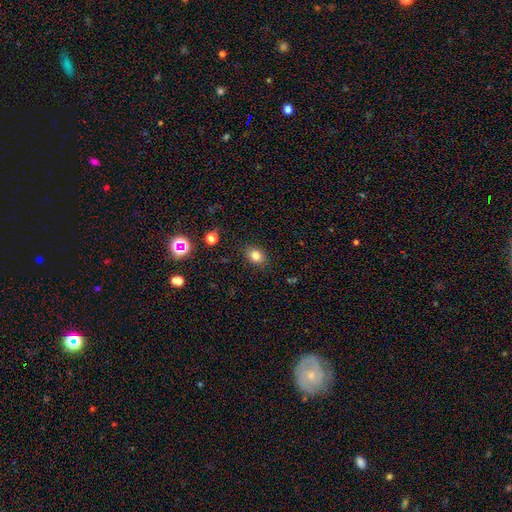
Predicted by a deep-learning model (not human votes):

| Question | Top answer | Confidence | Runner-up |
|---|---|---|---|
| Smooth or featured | smooth | 81% | star or artifact (12%) |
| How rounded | in between | 51% | round (48%) |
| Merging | none | 86% | minor disturbance (10%) |